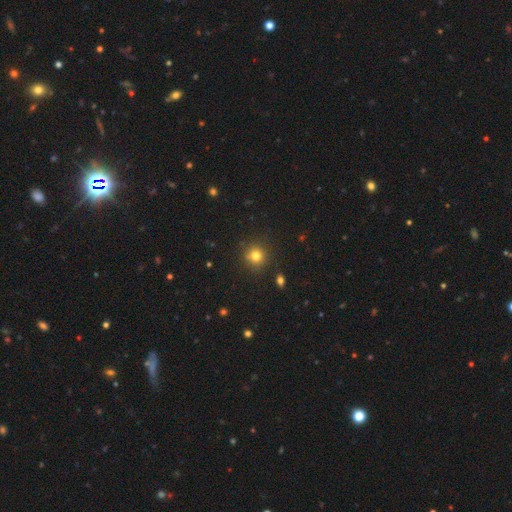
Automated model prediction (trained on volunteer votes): A smooth galaxy with no disk features (78%) that is round (90%). Merging: none (85%).